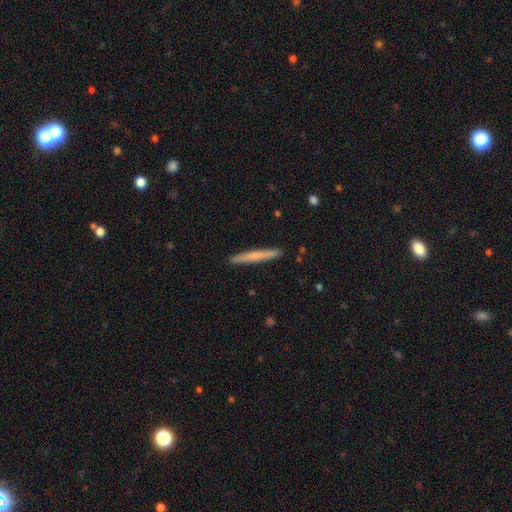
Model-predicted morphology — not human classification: smooth_or_featured: smooth (p=0.64) [alt: featured or disk p=0.31]
how_rounded: cigar-shaped (p=0.97) [alt: in between p=0.02]
merging: none (p=0.91) [alt: minor disturbance p=0.06]